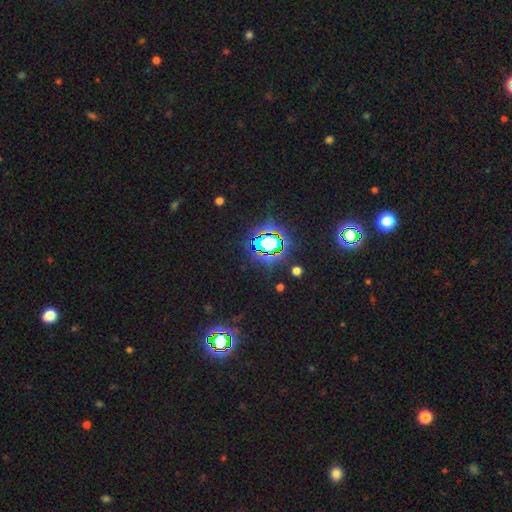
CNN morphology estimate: This appears to be a star or artifact, not a galaxy (83%).